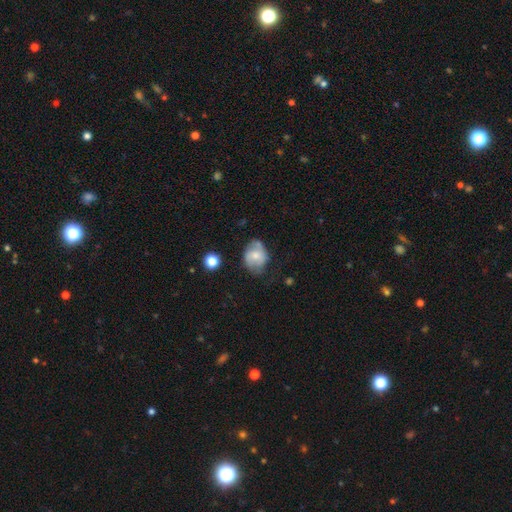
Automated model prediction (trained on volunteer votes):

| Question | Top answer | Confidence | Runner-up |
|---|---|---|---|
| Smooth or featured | smooth | 52% | featured or disk (40%) |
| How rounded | round | 50% | in between (49%) |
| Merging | none | 49% | minor disturbance (32%) |